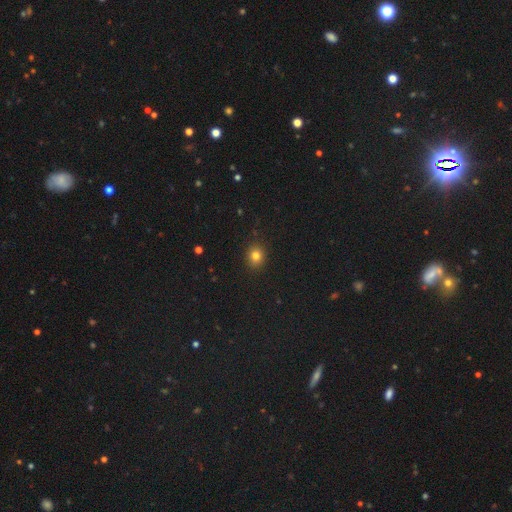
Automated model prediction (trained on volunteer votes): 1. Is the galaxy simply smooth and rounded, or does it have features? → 80% smooth, 13% star or artifact, 6% featured or disk.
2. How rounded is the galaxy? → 74% round, 25% in between, 1% cigar-shaped.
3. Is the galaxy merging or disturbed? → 90% none, 7% minor disturbance, 2% major disturbance, 1% merger.